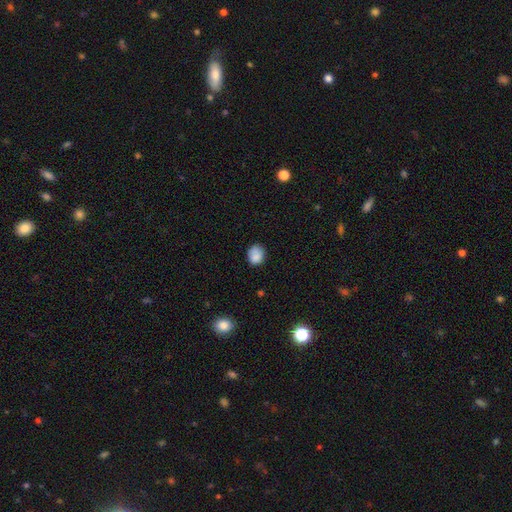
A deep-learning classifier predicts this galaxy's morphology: The model was most divided on "how rounded": round: 66%, in between: 33%, cigar-shaped: 1%. More confident: smooth or featured — smooth (85%); merging — none (73%).